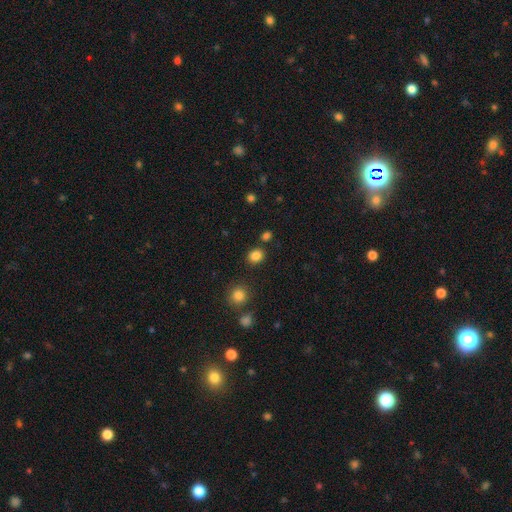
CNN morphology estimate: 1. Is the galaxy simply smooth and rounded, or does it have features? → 84% smooth, 12% star or artifact, 4% featured or disk.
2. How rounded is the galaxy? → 67% round, 32% in between, 1% cigar-shaped.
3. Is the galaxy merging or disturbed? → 84% none, 8% minor disturbance, 5% merger, 3% major disturbance.